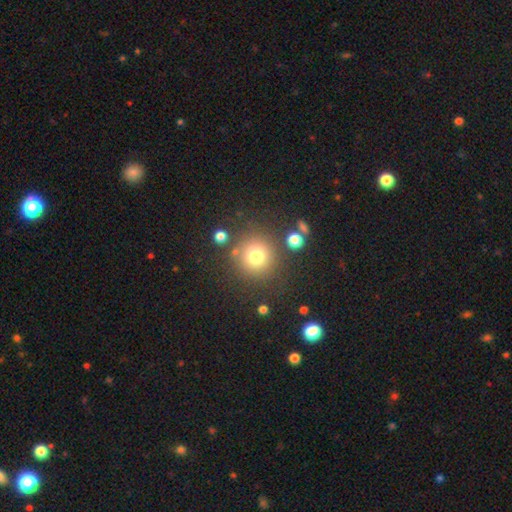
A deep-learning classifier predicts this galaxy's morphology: Q: Smooth or featured?
A: smooth (75%); runner-up: star or artifact (15%)
Q: How rounded?
A: round (93%); runner-up: in between (6%)
Q: Merging?
A: none (81%); runner-up: minor disturbance (9%)